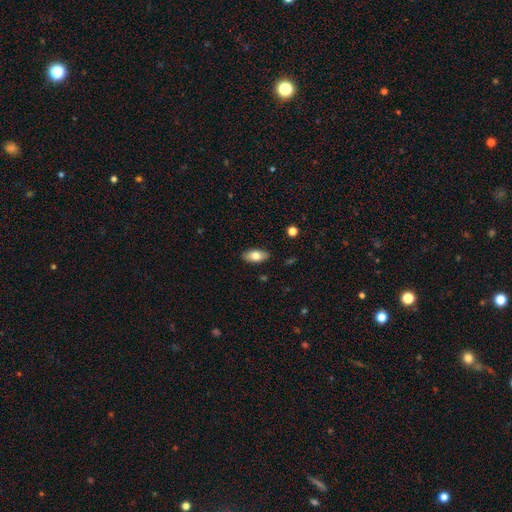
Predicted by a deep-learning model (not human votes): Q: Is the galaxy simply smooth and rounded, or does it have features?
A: smooth — 78%.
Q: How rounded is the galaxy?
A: in between — 89%.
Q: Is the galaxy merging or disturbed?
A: none — 88%.